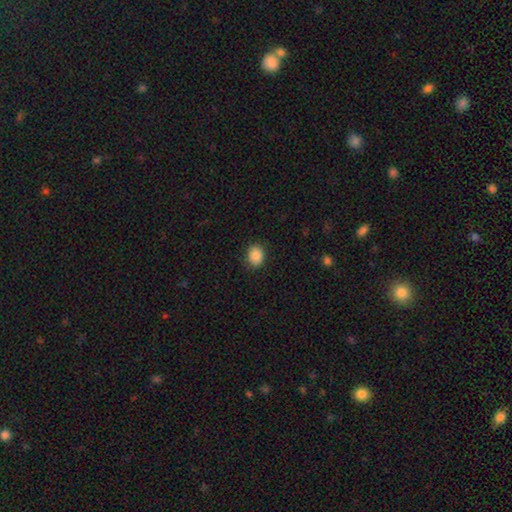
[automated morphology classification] Smooth or featured? smooth (86%)
How rounded? round (57%)
Merging? none (85%)